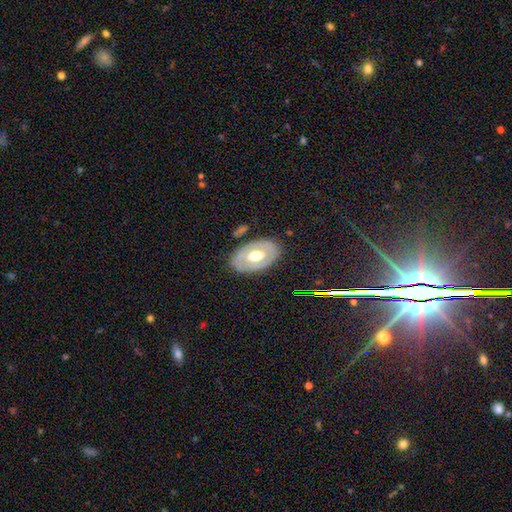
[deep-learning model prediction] Morphology: type=featured or disk (62%); edge-on=no (91%); bar=no (64%); spiral arms=no (73%); bulge=moderate (67%); merging=none (81%).